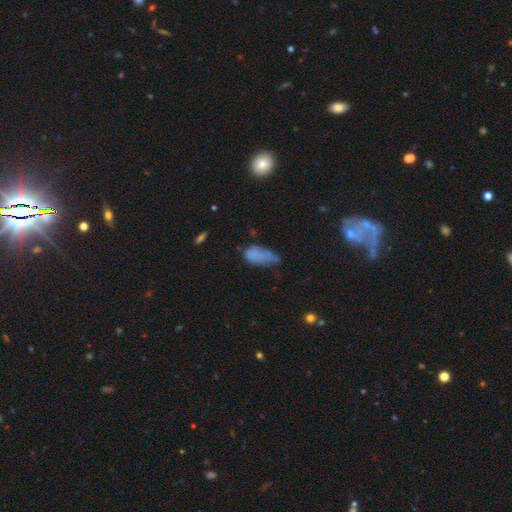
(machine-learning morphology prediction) smooth_or_featured: smooth (p=0.67) [alt: featured or disk p=0.19]
how_rounded: in between (p=0.81) [alt: cigar-shaped p=0.15]
merging: minor disturbance (p=0.40) [alt: none p=0.29]